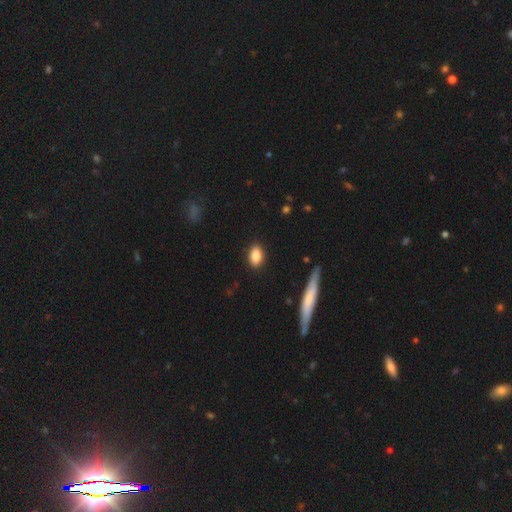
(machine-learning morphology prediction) Smooth or featured? smooth (87%)
How rounded? in between (86%)
Merging? none (88%)